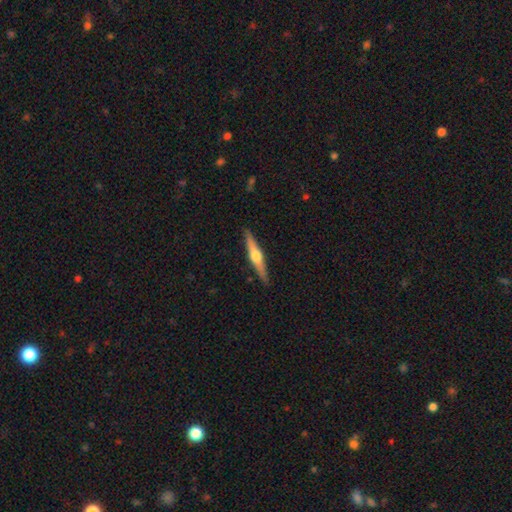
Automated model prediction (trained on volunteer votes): The model was most divided on "smooth or featured": featured or disk: 69%, smooth: 26%, star or artifact: 5%. More confident: edge-on disk — yes (98%); edge-on bulge — rounded (93%); merging — none (90%).